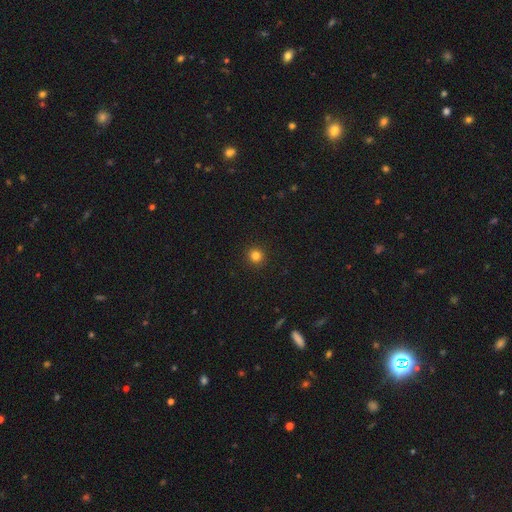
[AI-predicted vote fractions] This appears to be a smooth galaxy with no disk features (82%) that is round (95%). Merging: none (93%).